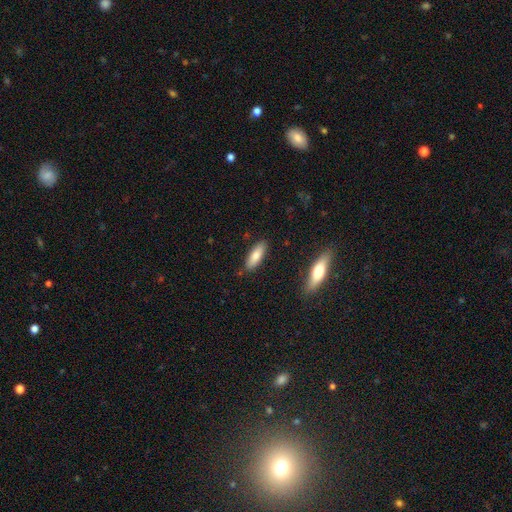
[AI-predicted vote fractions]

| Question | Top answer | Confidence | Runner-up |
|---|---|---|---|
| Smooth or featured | smooth | 79% | featured or disk (14%) |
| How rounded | in between | 57% | cigar-shaped (41%) |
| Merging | none | 83% | minor disturbance (12%) |